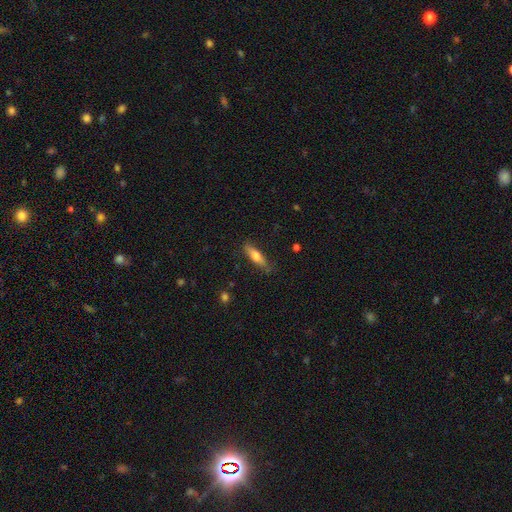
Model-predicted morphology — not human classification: Smooth or featured?
  - smooth: 66% *
  - featured or disk: 27%
  - star or artifact: 6%
How rounded?
  - cigar-shaped: 61% *
  - in between: 37%
  - round: 2%
Merging?
  - none: 80% *
  - minor disturbance: 15%
  - major disturbance: 3%
  - merger: 2%